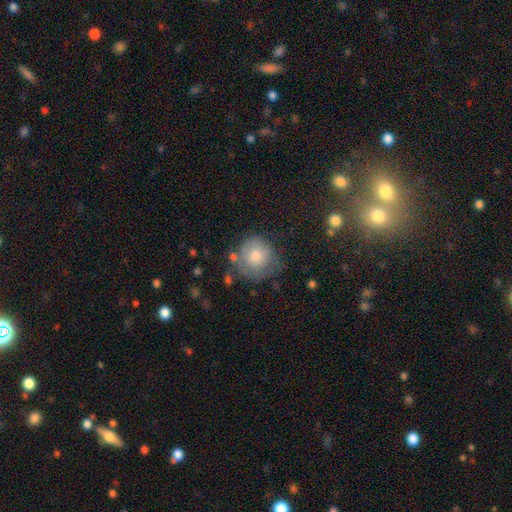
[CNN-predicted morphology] Overall: smooth (68%). How rounded: round (90%). Merging: none (62%; minor disturbance 24%).